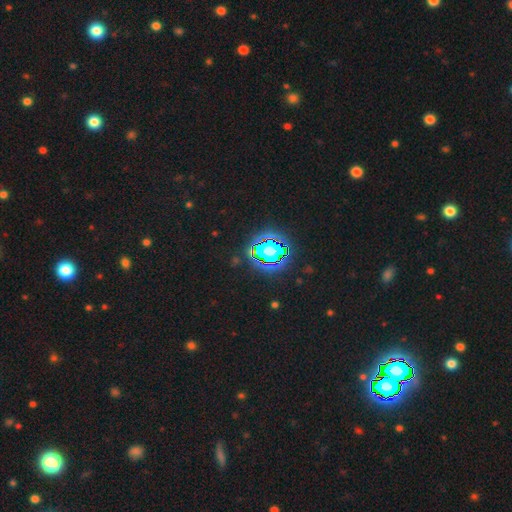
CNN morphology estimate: Smooth or featured? Predicted: star or artifact (p=0.82).